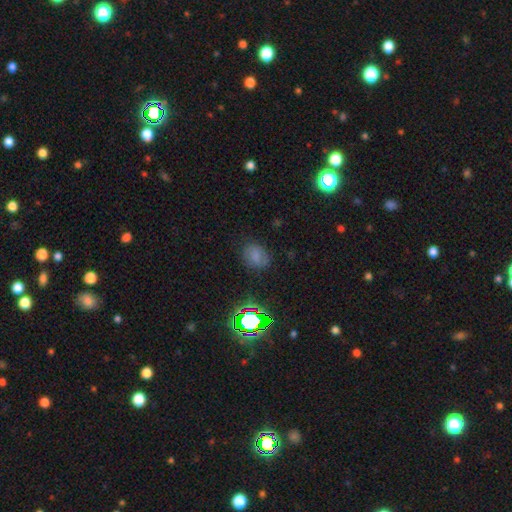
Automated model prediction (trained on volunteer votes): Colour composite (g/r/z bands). It shows a smooth galaxy with no disk features (68%) that is in between round and cigar-shaped (54%). Merging: none (77%).